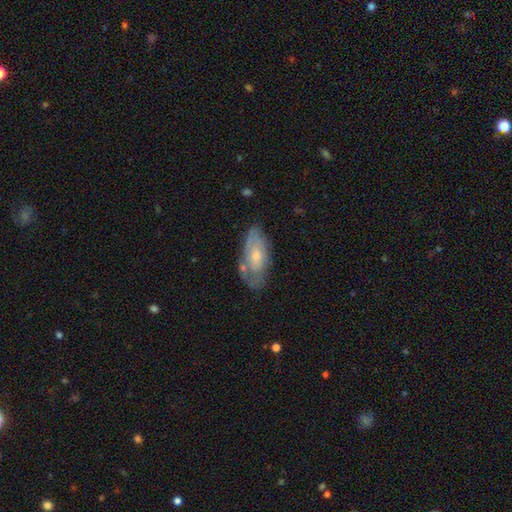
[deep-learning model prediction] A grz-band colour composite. It shows a featured or disk galaxy (51%). Merging: none (58%).